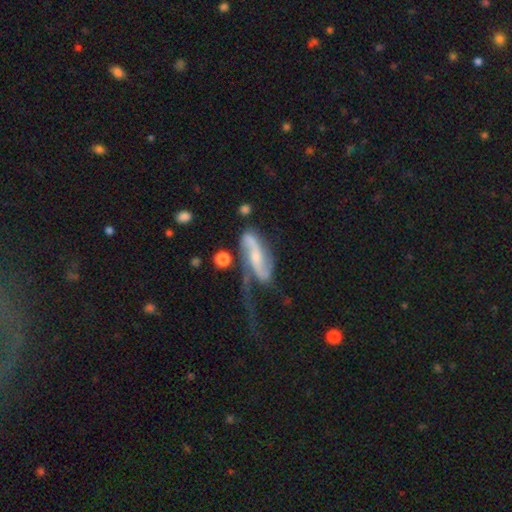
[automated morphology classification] The model was most divided on "bar" (2-way tie): weak: 35%, no: 35%, strong: 30%. Remaining: spiral arms — yes (94%); edge-on disk — no (91%); spiral arm count — 2 (81%); smooth or featured — featured or disk (81%); spiral winding — loose (52%); bulge size — small (44%); merging — major disturbance (43%).